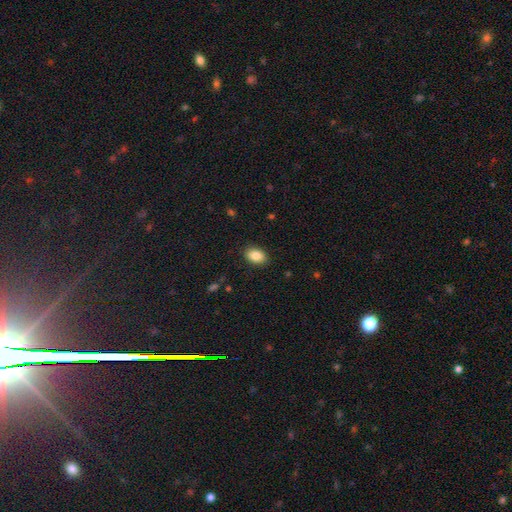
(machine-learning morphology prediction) A smooth galaxy with no disk features (87%) that is in between round and cigar-shaped (83%).

Vote fractions:
- Smooth or featured? smooth: 87% / star or artifact: 8% / featured or disk: 6%
- How rounded? in between: 83% / round: 16% / cigar-shaped: 1%
- Merging? none: 88% / minor disturbance: 9% / major disturbance: 2% / merger: 1%